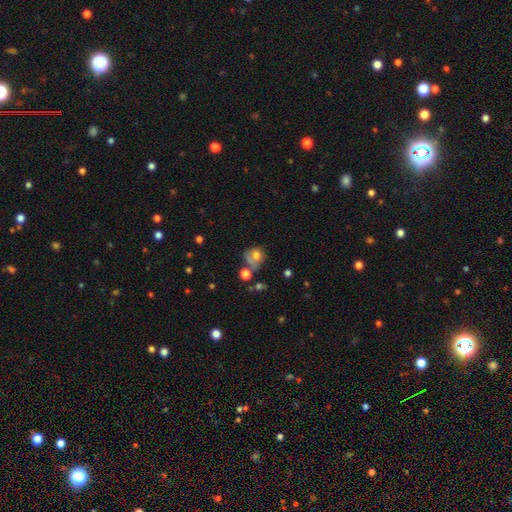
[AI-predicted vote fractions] smooth-or-featured: smooth: 62% | featured or disk: 24% | star or artifact: 15%
  how-rounded: round: 61% | in between: 37% | cigar-shaped: 1%
  merging: none: 35% | merger: 25% | minor disturbance: 21% | major disturbance: 19%